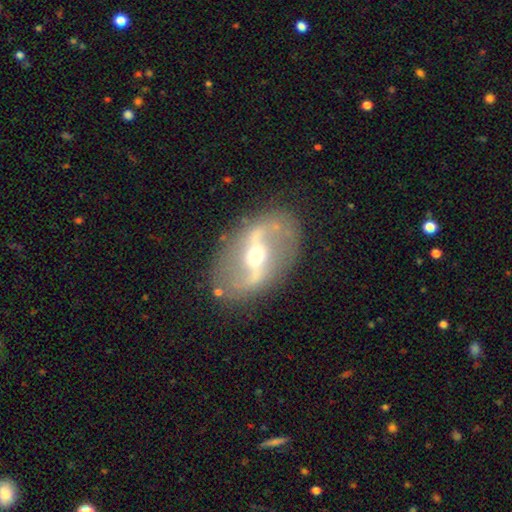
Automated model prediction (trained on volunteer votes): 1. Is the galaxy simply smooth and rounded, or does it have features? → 84% featured or disk, 10% smooth, 6% star or artifact.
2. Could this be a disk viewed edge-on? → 93% no, 7% yes.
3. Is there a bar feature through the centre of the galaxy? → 55% strong, 29% weak, 16% no.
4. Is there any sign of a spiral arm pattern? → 76% yes, 24% no.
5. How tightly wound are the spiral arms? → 63% loose, 28% medium, 9% tight.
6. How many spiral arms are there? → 90% 2, 5% can't tell, 2% 1, 1% 3, 1% 4, 1% more than 4.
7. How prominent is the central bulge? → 56% moderate, 38% small, 4% large, 1% dominant, 1% none.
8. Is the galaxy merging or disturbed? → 81% none, 11% minor disturbance, 5% major disturbance, 2% merger.